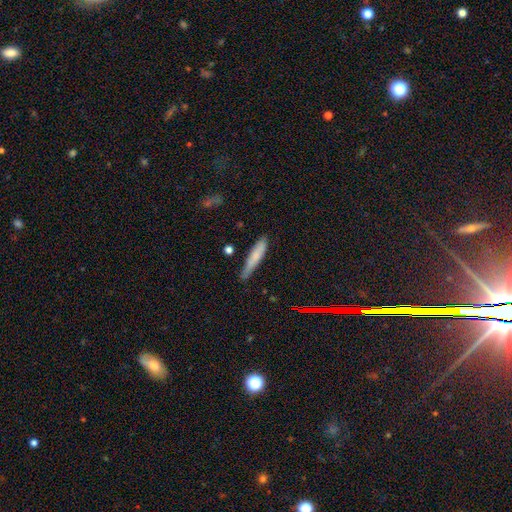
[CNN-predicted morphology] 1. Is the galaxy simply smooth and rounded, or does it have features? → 72% smooth, 21% featured or disk, 7% star or artifact.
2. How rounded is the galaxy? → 86% cigar-shaped, 12% in between, 2% round.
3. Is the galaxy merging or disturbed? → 67% none, 26% minor disturbance, 4% major disturbance, 3% merger.